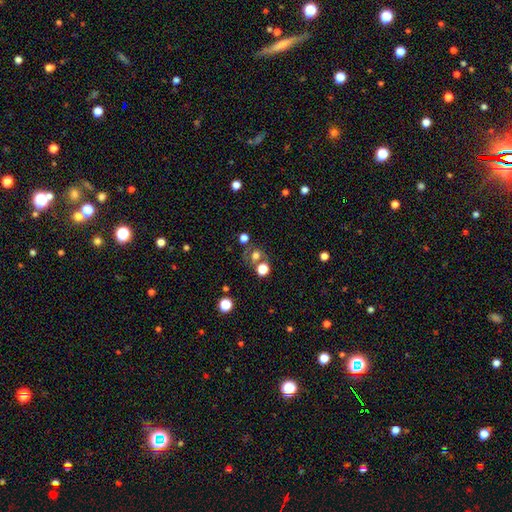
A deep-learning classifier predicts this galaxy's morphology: type=smooth (57%); roundness=round (77%); merging=none (58%).